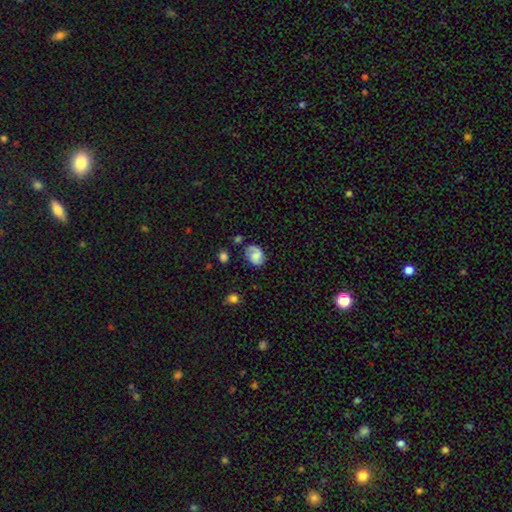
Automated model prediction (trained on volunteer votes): This appears to be a featured or disk galaxy (50%). Merging: none (67%).